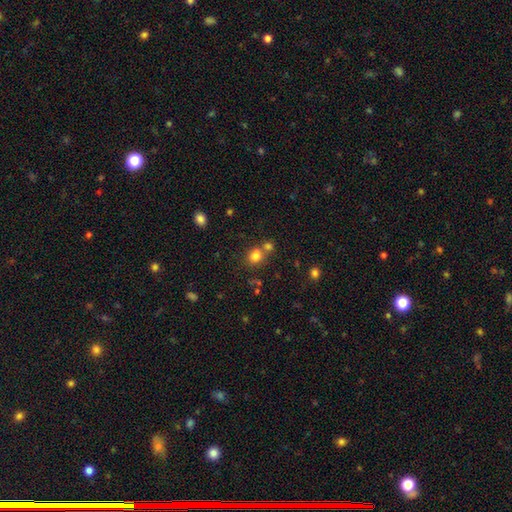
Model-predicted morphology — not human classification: This is likely a smooth galaxy (78%). How rounded: likely round (60%). Merging: possibly none (51%).